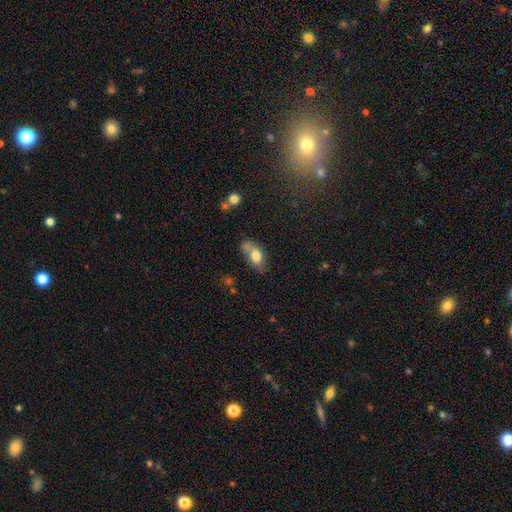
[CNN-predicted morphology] A smooth galaxy with no disk features (74%) that is in between round and cigar-shaped (84%).

Vote fractions:
- Smooth or featured? smooth: 74% / featured or disk: 17% / star or artifact: 8%
- How rounded? in between: 84% / round: 10% / cigar-shaped: 7%
- Merging? none: 42% / merger: 24% / minor disturbance: 24% / major disturbance: 10%